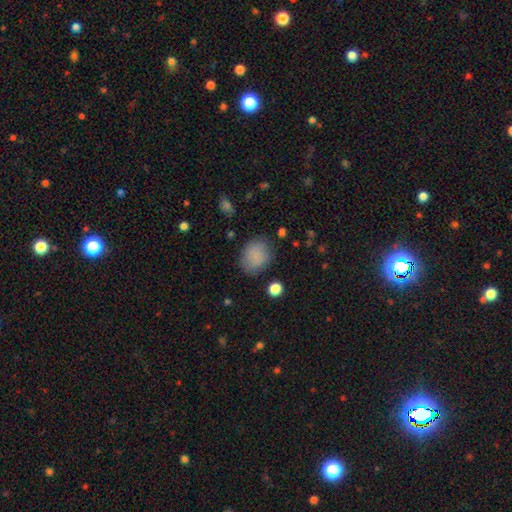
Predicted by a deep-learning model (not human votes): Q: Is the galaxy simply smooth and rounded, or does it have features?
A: smooth — 85%.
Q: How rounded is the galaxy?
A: round — 52%.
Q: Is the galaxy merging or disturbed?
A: none — 79%.